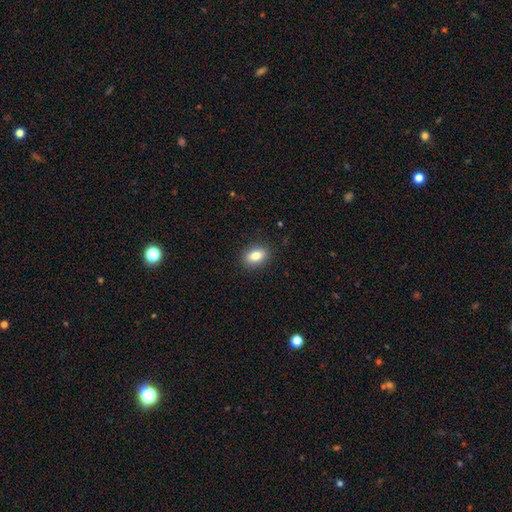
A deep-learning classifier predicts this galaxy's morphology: Overall: smooth (83%). How rounded: in between (82%). Merging: none (89%).